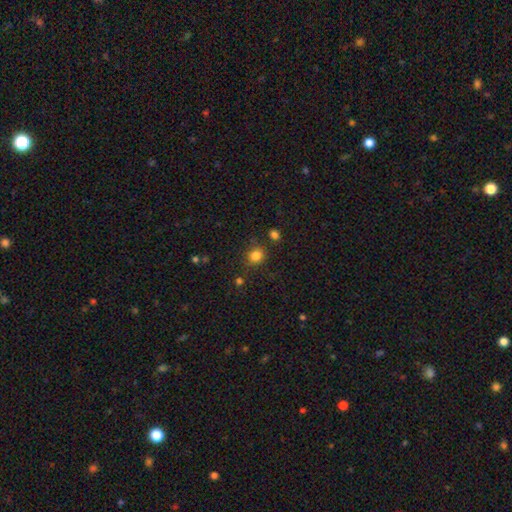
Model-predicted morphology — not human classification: This appears to be a smooth galaxy with no disk features (82%) that is round (83%). Merging: none (79%).